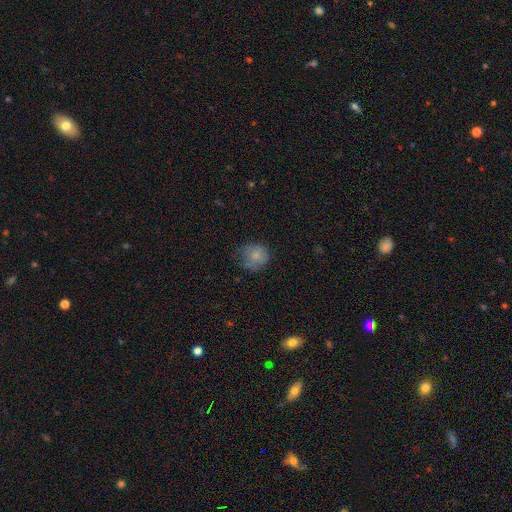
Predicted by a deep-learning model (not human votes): This is likely a smooth galaxy (77%). How rounded: likely round (78%). Merging: possibly none (55%).